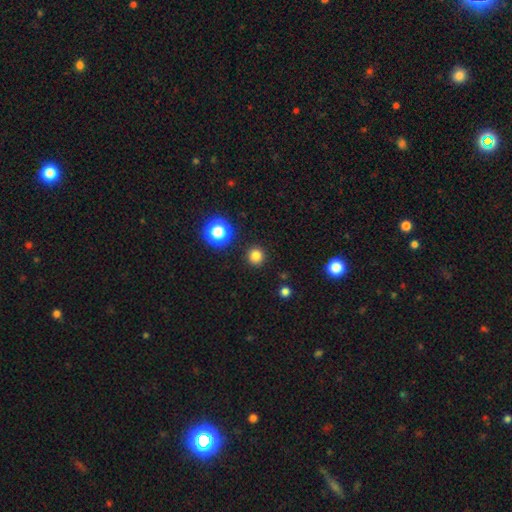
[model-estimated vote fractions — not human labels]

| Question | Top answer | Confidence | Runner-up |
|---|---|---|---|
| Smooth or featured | smooth | 80% | star or artifact (16%) |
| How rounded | round | 94% | in between (5%) |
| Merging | none | 91% | minor disturbance (5%) |